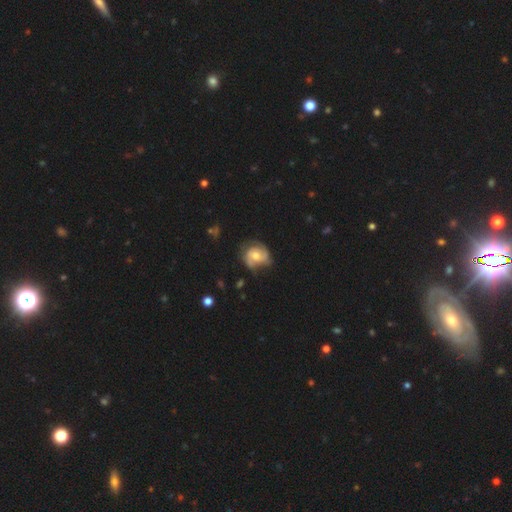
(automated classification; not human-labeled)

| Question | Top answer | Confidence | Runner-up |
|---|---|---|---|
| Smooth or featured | featured or disk | 67% | smooth (27%) |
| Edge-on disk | no | 98% | yes (2%) |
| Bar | no | 64% | weak (30%) |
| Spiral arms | yes | 89% | no (11%) |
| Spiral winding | medium | 43% | tight (37%) |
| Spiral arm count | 2 | 64% | can't tell (16%) |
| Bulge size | moderate | 64% | small (25%) |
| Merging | none | 58% | minor disturbance (27%) |